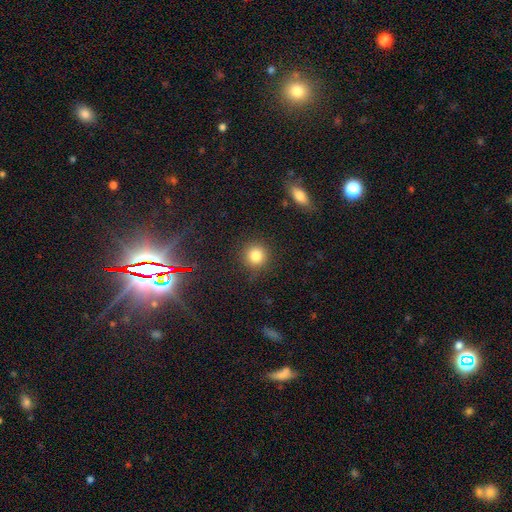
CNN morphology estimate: The model was most divided on "smooth or featured": smooth: 82%, star or artifact: 13%, featured or disk: 6%. More confident: how rounded — round (92%); merging — none (88%).